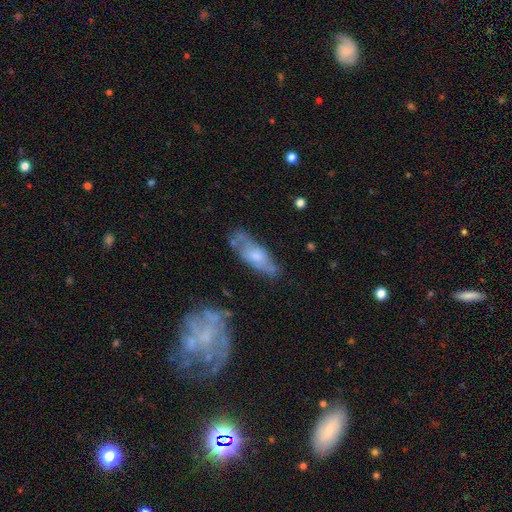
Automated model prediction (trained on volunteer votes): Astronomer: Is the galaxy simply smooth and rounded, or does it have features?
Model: featured or disk — 51% (runner-up: smooth, 42%).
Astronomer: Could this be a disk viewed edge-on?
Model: no — 71%.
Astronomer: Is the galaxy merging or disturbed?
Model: none — 62%.